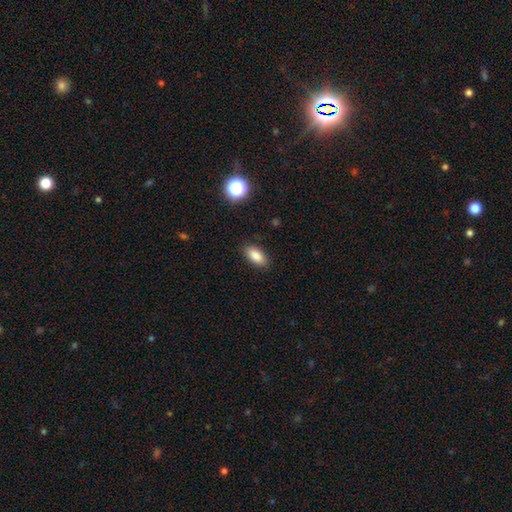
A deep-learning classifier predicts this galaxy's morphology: Overall: smooth (86%). How rounded: in between (90%). Merging: none (87%).